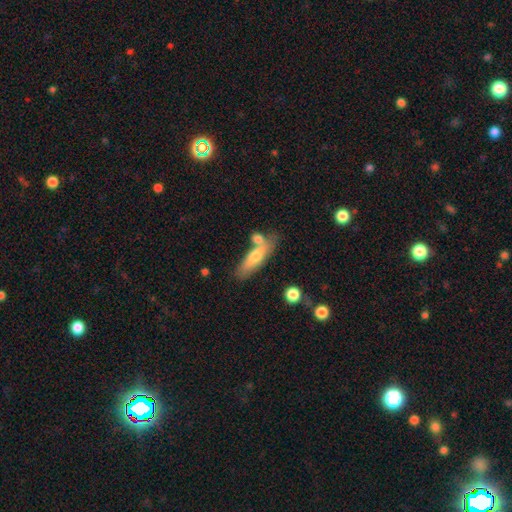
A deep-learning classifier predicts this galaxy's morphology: Smooth or featured: smooth — 63% (featured or disk — 31%)
How rounded: cigar-shaped — 56% (in between — 41%)
Merging: none — 54% (merger — 25%)